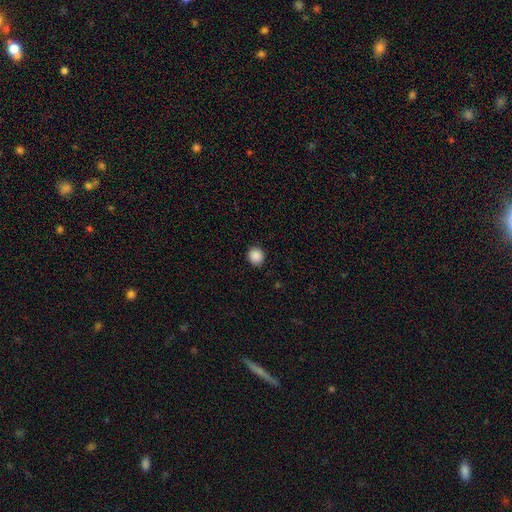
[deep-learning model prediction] Morphology: type=smooth (89%); roundness=round (89%); merging=none (91%).